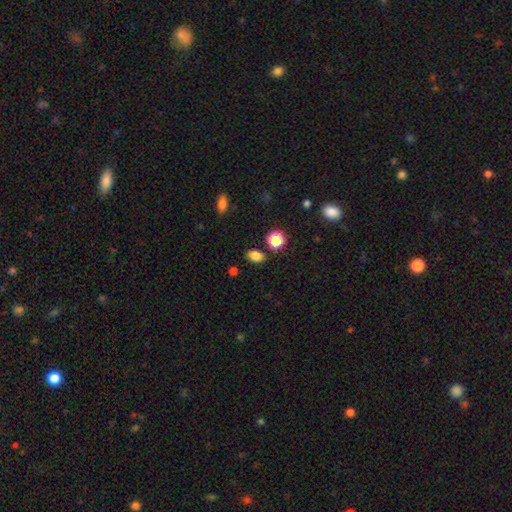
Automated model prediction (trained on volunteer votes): Morphology: type=smooth (82%); roundness=in between (76%); merging=none (84%).